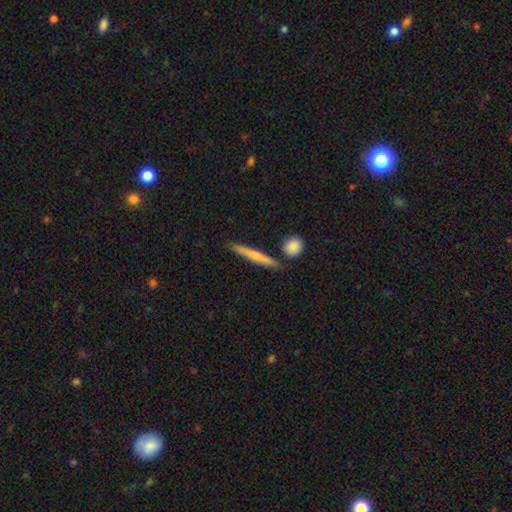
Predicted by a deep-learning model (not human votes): smooth 54%, featured or disk 40%, star or artifact 6%. Down the decision tree: how rounded — cigar-shaped (93%); merging — none (82%).